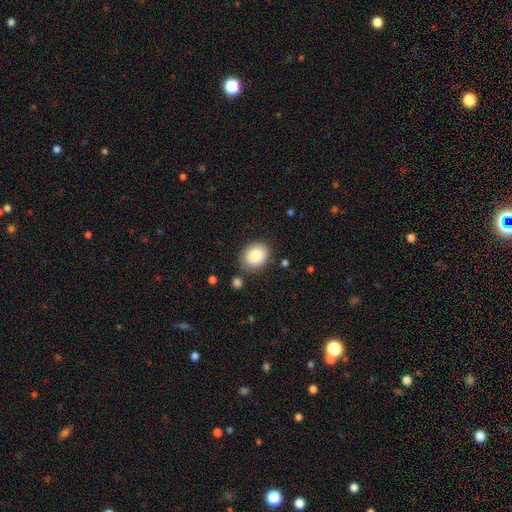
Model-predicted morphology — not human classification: A smooth galaxy with no disk features (85%) that is in between round and cigar-shaped (50%).

Vote fractions:
- Smooth or featured? smooth: 85% / featured or disk: 8% / star or artifact: 8%
- How rounded? in between: 50% / round: 49% / cigar-shaped: 1%
- Merging? none: 80% / minor disturbance: 13% / major disturbance: 4% / merger: 3%